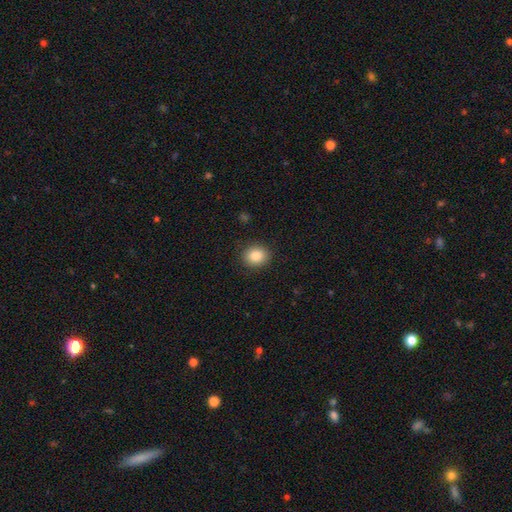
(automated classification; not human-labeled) smooth-or-featured: smooth: 87% | star or artifact: 9% | featured or disk: 4%
  how-rounded: round: 68% | in between: 31% | cigar-shaped: 1%
  merging: none: 89% | minor disturbance: 8% | major disturbance: 2% | merger: 1%